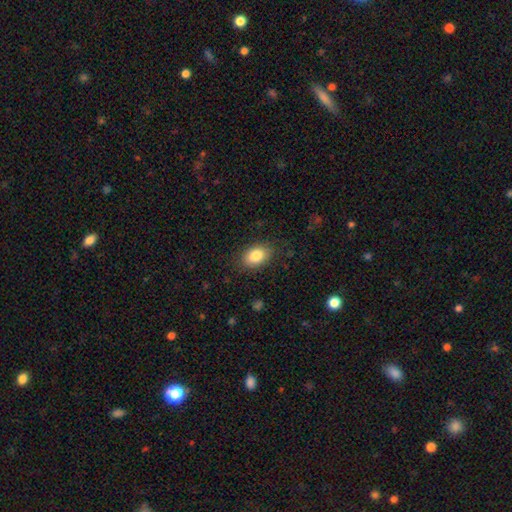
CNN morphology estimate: A smooth galaxy with no disk features (83%) that is in between round and cigar-shaped (83%).

Vote fractions:
- Smooth or featured? smooth: 83% / featured or disk: 9% / star or artifact: 8%
- How rounded? in between: 83% / round: 16% / cigar-shaped: 1%
- Merging? none: 84% / minor disturbance: 12% / major disturbance: 3% / merger: 1%